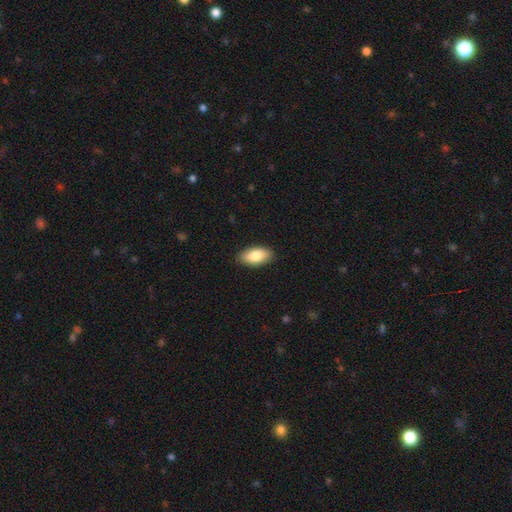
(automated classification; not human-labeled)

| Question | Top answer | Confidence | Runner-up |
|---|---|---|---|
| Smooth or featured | smooth | 84% | featured or disk (10%) |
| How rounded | in between | 92% | cigar-shaped (5%) |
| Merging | none | 88% | minor disturbance (9%) |